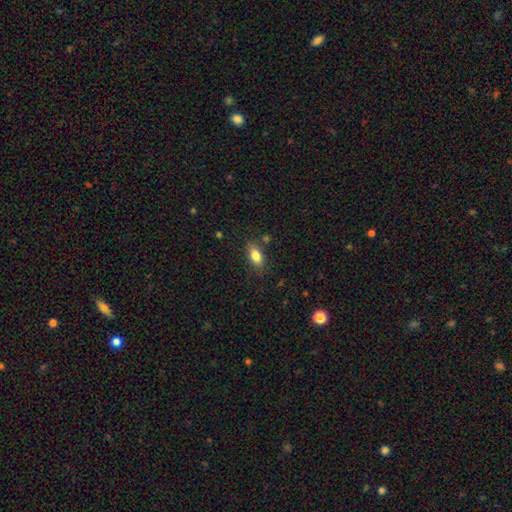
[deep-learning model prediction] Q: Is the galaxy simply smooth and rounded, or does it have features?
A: smooth — 82%.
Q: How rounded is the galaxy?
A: in between — 87%.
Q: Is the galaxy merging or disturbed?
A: none — 80%.